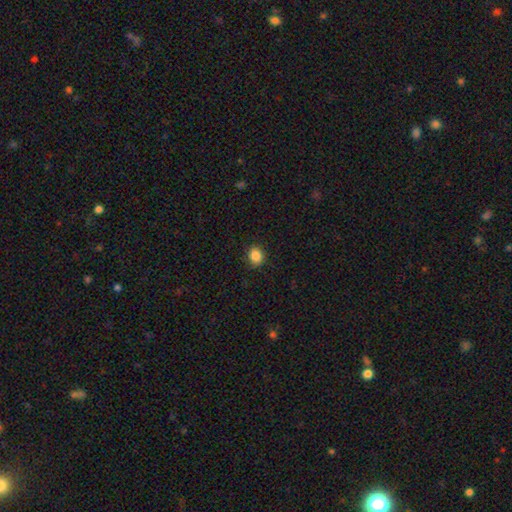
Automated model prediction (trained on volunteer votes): smooth-or-featured: smooth: 86% | star or artifact: 10% | featured or disk: 4%
  how-rounded: round: 59% | in between: 40% | cigar-shaped: 1%
  merging: none: 84% | minor disturbance: 12% | major disturbance: 3% | merger: 1%